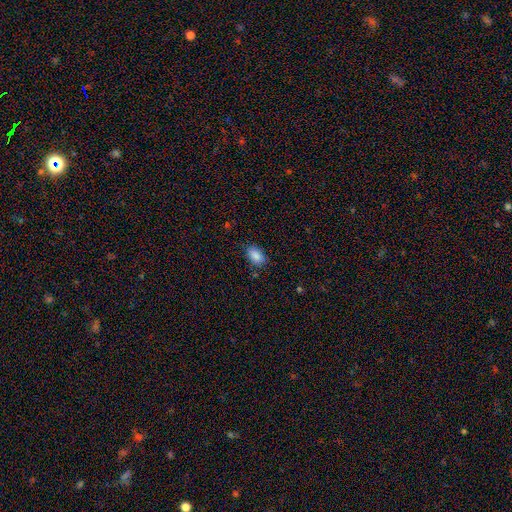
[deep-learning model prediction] A smooth galaxy with no disk features (87%) that is in between round and cigar-shaped (90%). Merging: none (78%).